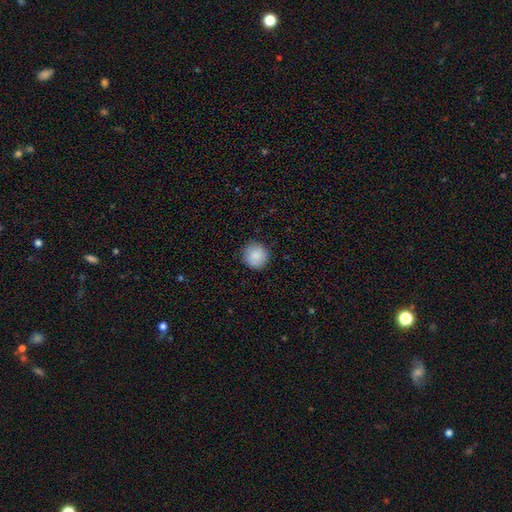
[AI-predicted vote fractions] Smooth or featured: smooth — 87% (star or artifact — 8%)
How rounded: round — 94% (in between — 5%)
Merging: none — 89% (minor disturbance — 8%)